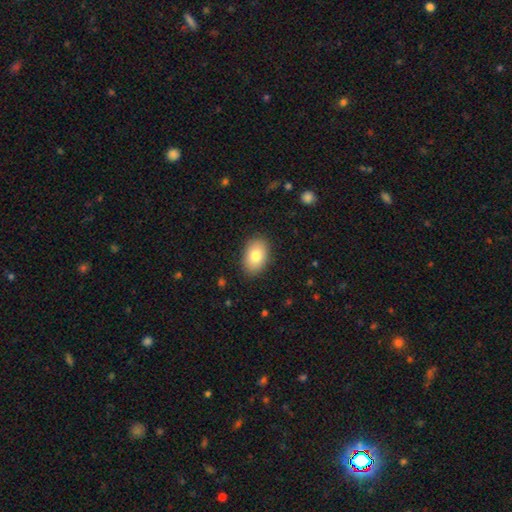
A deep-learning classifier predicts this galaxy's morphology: Smooth or featured? smooth (80%)
How rounded? in between (85%)
Merging? none (88%)